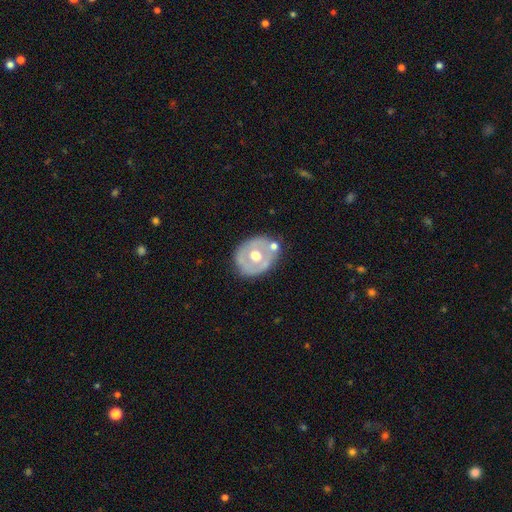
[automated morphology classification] type=featured or disk (60%); edge-on=no (94%); bar=no (84%); spiral arms=no (84%); bulge=moderate (77%); merging=none (64%).